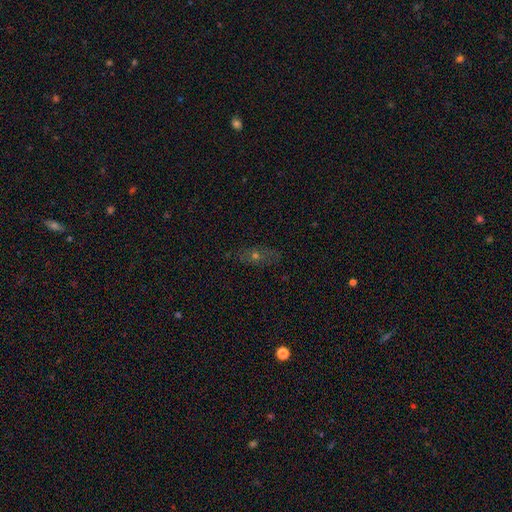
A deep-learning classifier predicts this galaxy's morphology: Smooth or featured? Predicted: featured or disk (p=0.40). Merging? Predicted: none (p=0.80).